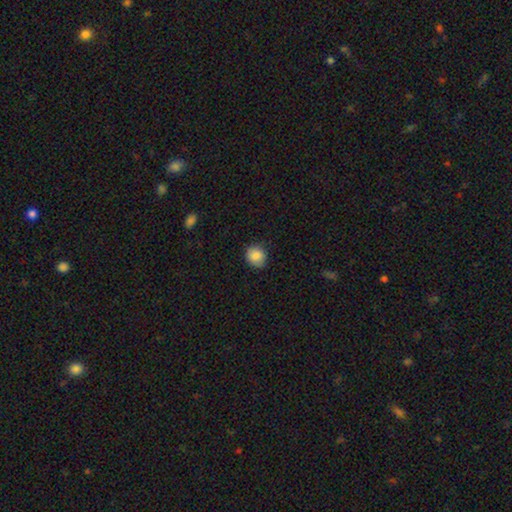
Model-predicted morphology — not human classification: This is clearly a smooth galaxy (86%). How rounded: likely round (79%). Merging: clearly none (81%).